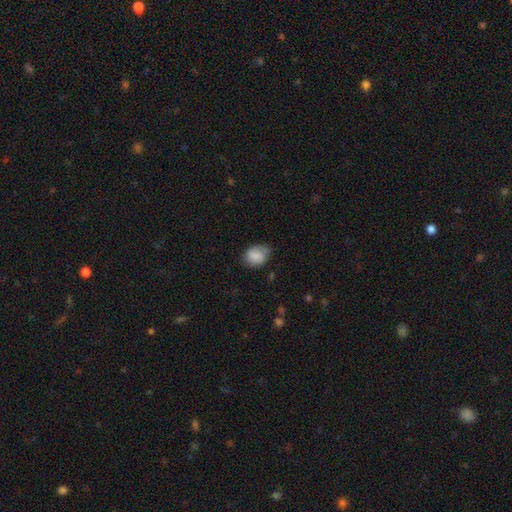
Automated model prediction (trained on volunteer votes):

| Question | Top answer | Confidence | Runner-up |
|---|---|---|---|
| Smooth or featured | smooth | 81% | featured or disk (11%) |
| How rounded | in between | 60% | round (39%) |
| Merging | none | 64% | minor disturbance (28%) |